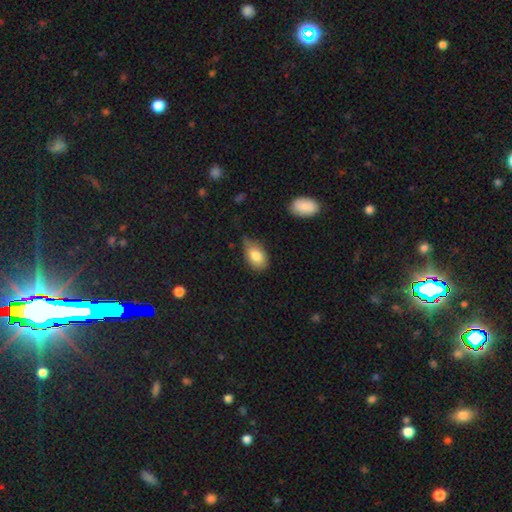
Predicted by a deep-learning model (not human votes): Overall: smooth (81%). How rounded: in between (89%). Merging: none (50%; minor disturbance 39%).